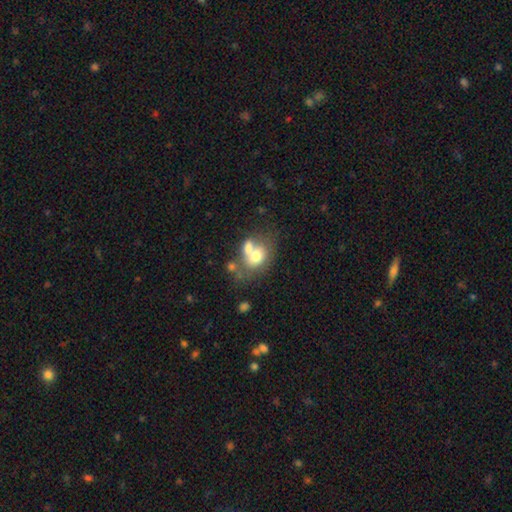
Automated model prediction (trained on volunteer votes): Smooth or featured?
  - smooth: 67% *
  - featured or disk: 24%
  - star or artifact: 10%
How rounded?
  - in between: 57% *
  - round: 42%
  - cigar-shaped: 1%
Merging?
  - merger: 49% *
  - none: 32%
  - minor disturbance: 12%
  - major disturbance: 8%